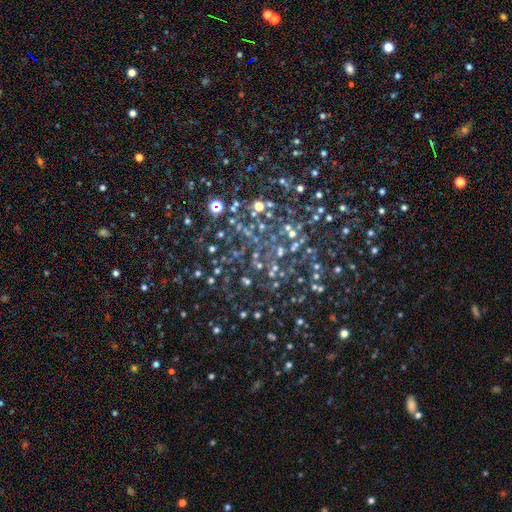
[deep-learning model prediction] Smooth or featured? star or artifact (78%)